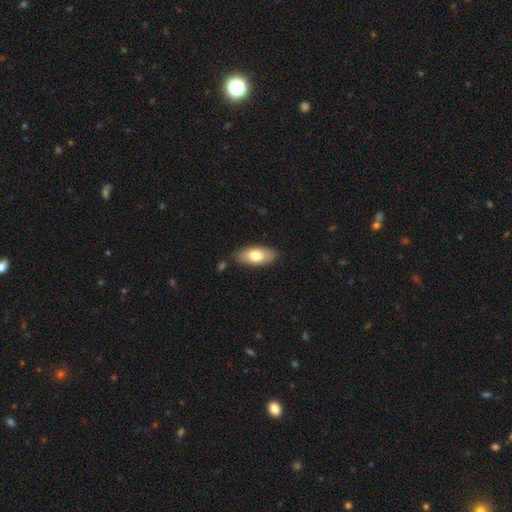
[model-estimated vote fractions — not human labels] A smooth galaxy with no disk features (75%) that is in between round and cigar-shaped (90%).

Vote fractions:
- Smooth or featured? smooth: 75% / featured or disk: 19% / star or artifact: 6%
- How rounded? in between: 90% / cigar-shaped: 7% / round: 3%
- Merging? none: 84% / minor disturbance: 11% / major disturbance: 2% / merger: 2%